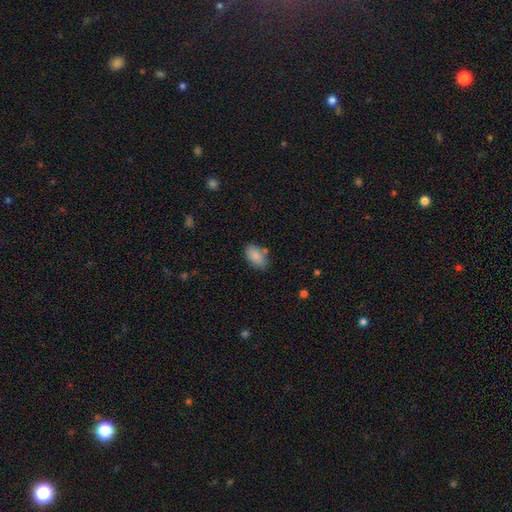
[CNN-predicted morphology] Overall: smooth (87%). How rounded: in between (92%). Merging: none (73%).